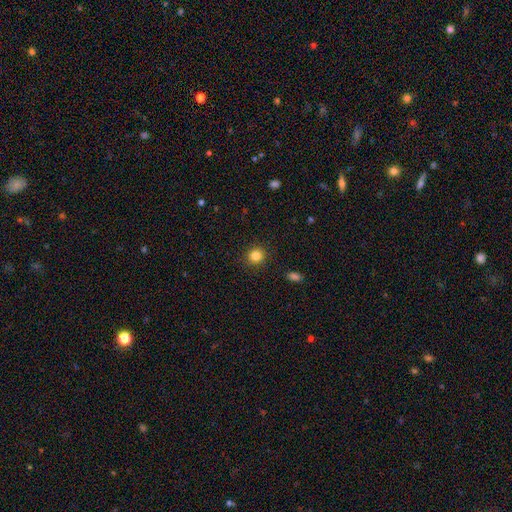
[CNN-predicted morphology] This is clearly a smooth galaxy (83%). How rounded: clearly round (90%). Merging: clearly none (91%).